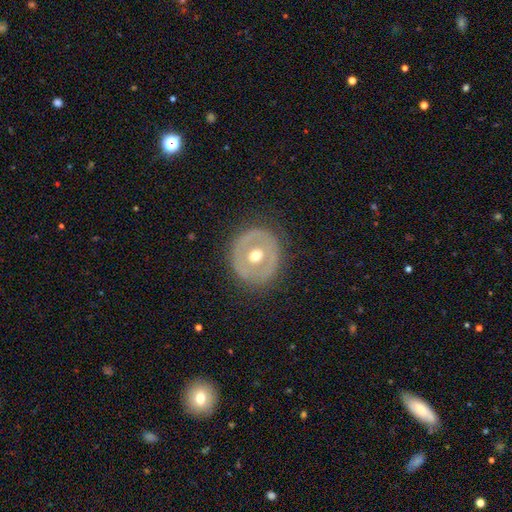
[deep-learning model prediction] Overall: featured or disk (58%; smooth 35%). Edge-on disk: no (94%). Bar: no (84%). Spiral arms: no (85%). Bulge size: moderate (80%). Merging: none (80%).